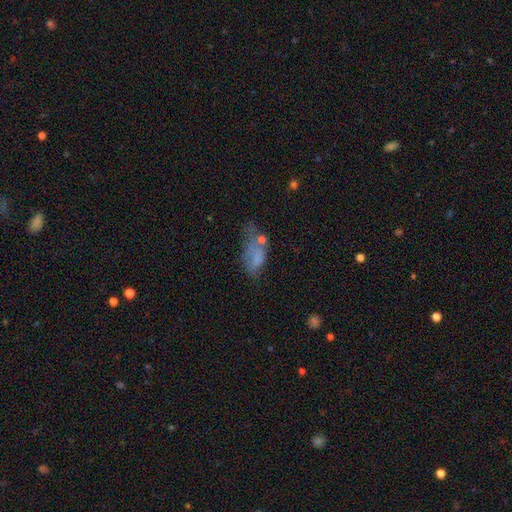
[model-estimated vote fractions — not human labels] smooth-or-featured: smooth: 56% | featured or disk: 30% | star or artifact: 14%
  how-rounded: in between: 86% | cigar-shaped: 8% | round: 6%
  merging: major disturbance: 31% | none: 30% | minor disturbance: 26% | merger: 13%